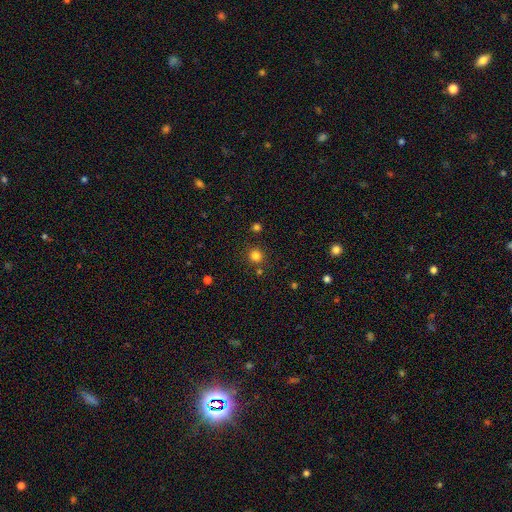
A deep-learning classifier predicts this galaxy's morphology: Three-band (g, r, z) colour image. It shows a smooth galaxy with no disk features (80%) that is round (93%). Merging: none (85%).